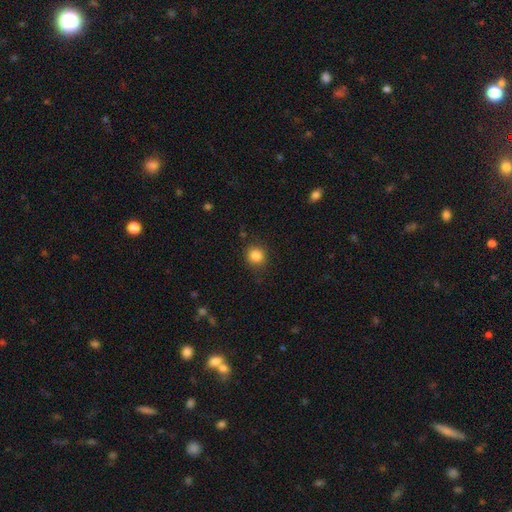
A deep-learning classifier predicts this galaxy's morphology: This appears to be a smooth galaxy with no disk features (85%) that is round (83%). Merging: none (85%).